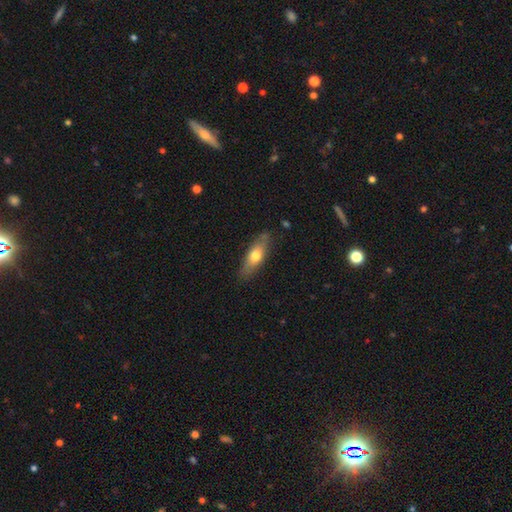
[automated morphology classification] smooth-or-featured: smooth: 62% | featured or disk: 32% | star or artifact: 6%
  how-rounded: in between: 57% | cigar-shaped: 40% | round: 3%
  merging: none: 82% | minor disturbance: 14% | major disturbance: 3% | merger: 1%